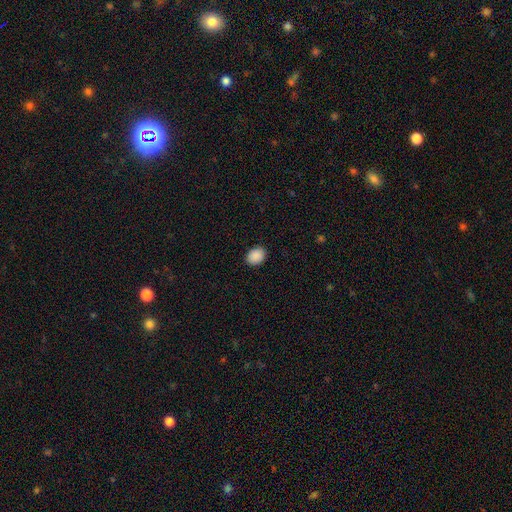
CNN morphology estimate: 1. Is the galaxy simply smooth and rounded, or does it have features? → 90% smooth, 8% star or artifact, 2% featured or disk.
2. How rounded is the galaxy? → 62% in between, 37% round, 1% cigar-shaped.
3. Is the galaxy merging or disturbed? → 89% none, 8% minor disturbance, 2% major disturbance, 1% merger.